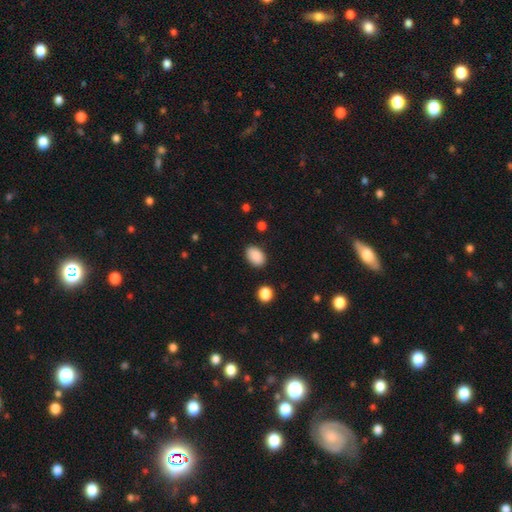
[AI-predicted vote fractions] Smooth or featured? Predicted: smooth (p=0.89). How rounded? Predicted: in between (p=0.85). Merging? Predicted: none (p=0.86).